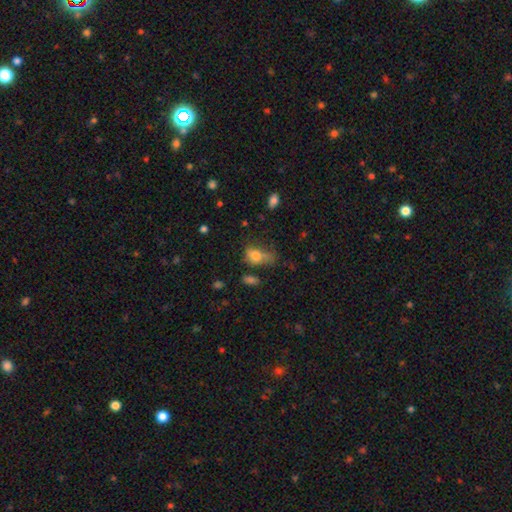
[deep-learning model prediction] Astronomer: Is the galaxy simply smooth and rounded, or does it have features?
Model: smooth — 72%.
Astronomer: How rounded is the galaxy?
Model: in between — 80%.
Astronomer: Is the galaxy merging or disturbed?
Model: major disturbance — 35% (runner-up: minor disturbance, 30%).